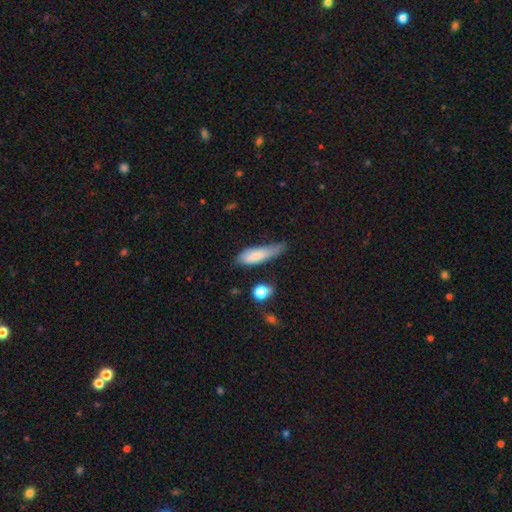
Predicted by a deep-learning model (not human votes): The model was most divided on "how rounded": cigar-shaped: 50%, in between: 48%, round: 3%. Remaining: smooth or featured — smooth (73%); merging — minor disturbance (43%).